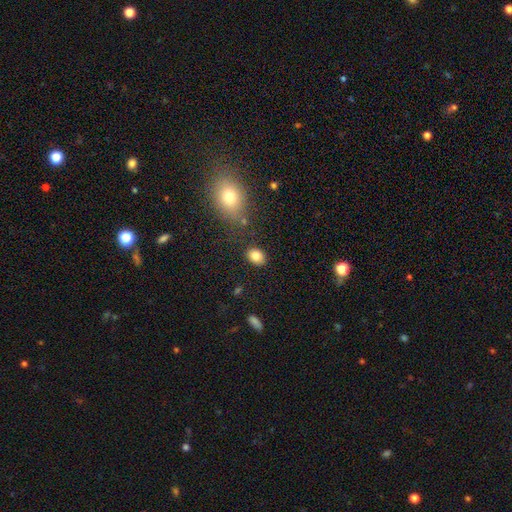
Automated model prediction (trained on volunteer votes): smooth 82%, star or artifact 10%, featured or disk 8%. Down the decision tree: how rounded — in between (63%); merging — none (83%).